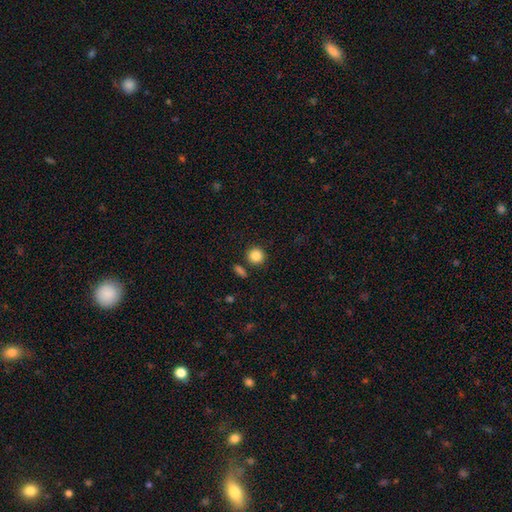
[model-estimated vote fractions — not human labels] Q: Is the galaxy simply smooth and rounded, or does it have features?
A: smooth — 87%.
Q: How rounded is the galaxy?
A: round — 91%.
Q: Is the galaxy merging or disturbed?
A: none — 84%.